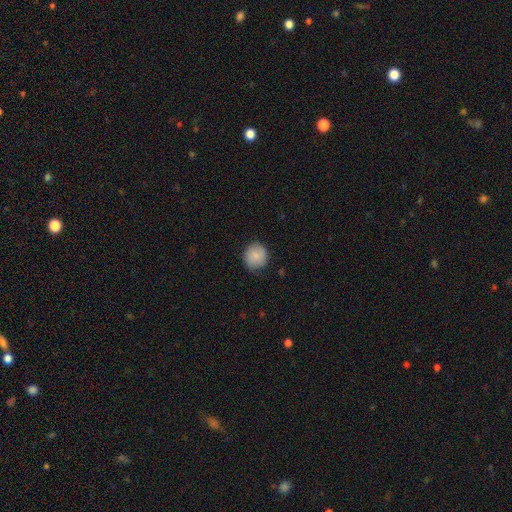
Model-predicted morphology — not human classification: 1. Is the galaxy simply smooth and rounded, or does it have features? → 82% smooth, 11% featured or disk, 7% star or artifact.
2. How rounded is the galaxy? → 85% round, 14% in between, 1% cigar-shaped.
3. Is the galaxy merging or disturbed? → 79% none, 17% minor disturbance, 3% major disturbance, 1% merger.